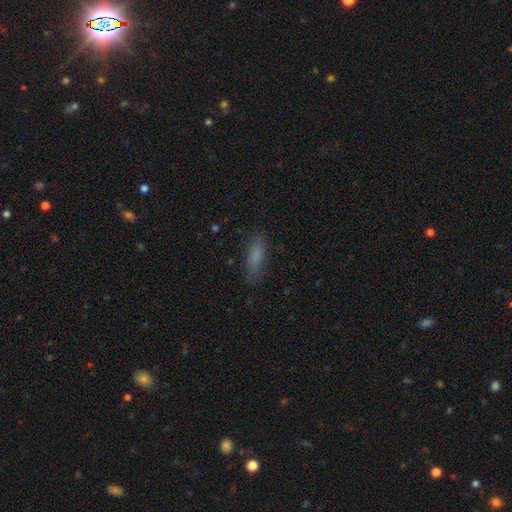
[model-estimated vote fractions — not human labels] Smooth or featured? smooth (77%)
How rounded? cigar-shaped (54%)
Merging? none (81%)